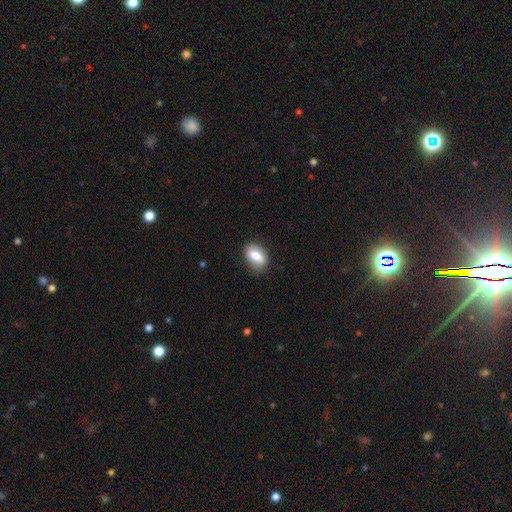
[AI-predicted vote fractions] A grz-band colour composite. It shows a smooth galaxy with no disk features (79%) that is in between round and cigar-shaped (87%). Merging: none (79%).